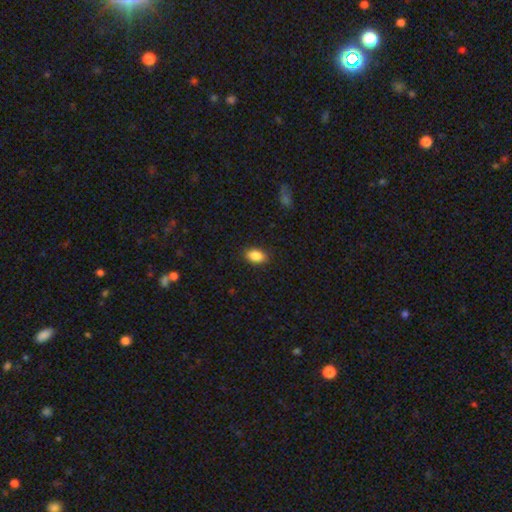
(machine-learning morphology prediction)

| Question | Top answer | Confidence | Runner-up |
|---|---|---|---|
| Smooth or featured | smooth | 87% | star or artifact (8%) |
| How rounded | in between | 85% | round (13%) |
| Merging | none | 87% | minor disturbance (9%) |